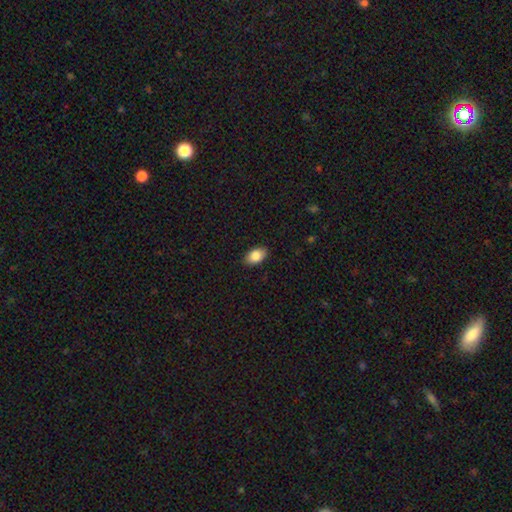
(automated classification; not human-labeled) Smooth or featured? Predicted: smooth (p=0.86). How rounded? Predicted: in between (p=0.92). Merging? Predicted: none (p=0.89).